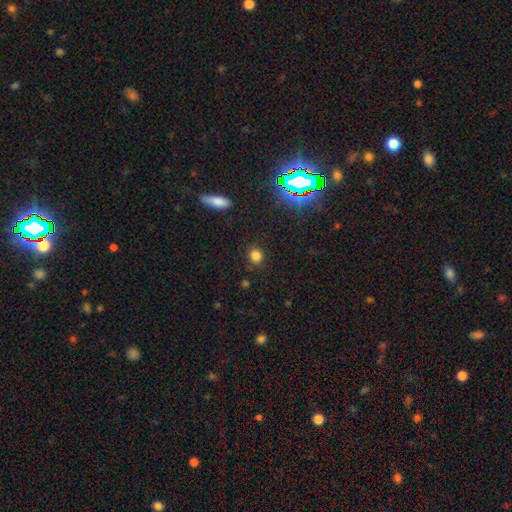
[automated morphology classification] A smooth galaxy with no disk features (78%) that is round (88%). Merging: none (87%).